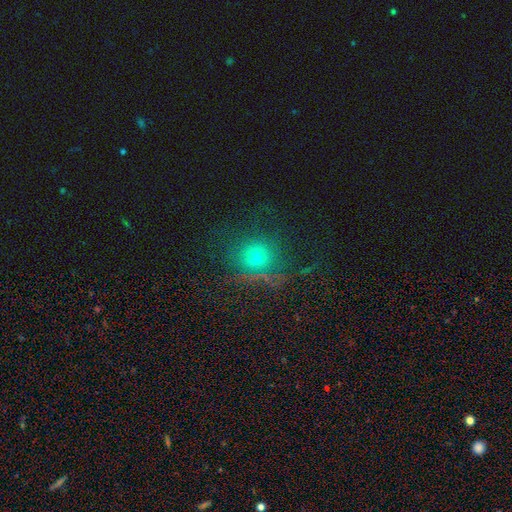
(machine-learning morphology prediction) smooth 57%, star or artifact 26%, featured or disk 17%. Down the decision tree: how rounded — round (81%); merging — none (67%).